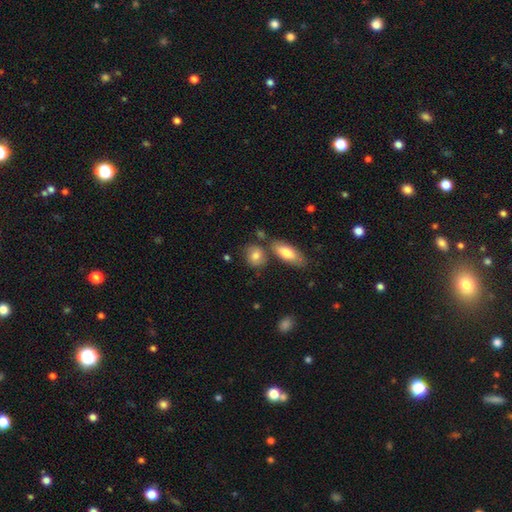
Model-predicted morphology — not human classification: This is likely a smooth galaxy (79%). How rounded: possibly round (50%). Merging: likely none (63%).